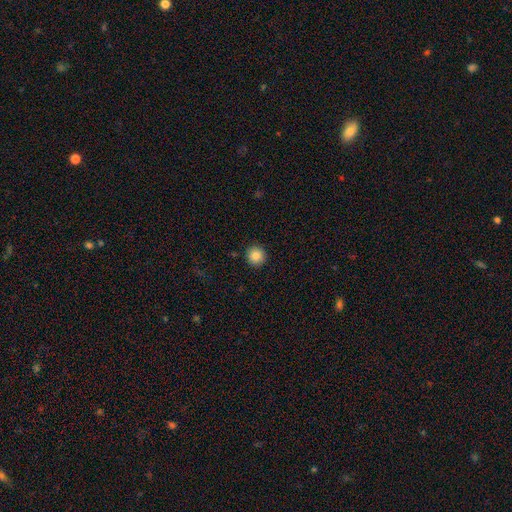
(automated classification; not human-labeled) Smooth or featured: smooth — 86% (star or artifact — 9%)
How rounded: round — 94% (in between — 5%)
Merging: none — 91% (minor disturbance — 6%)